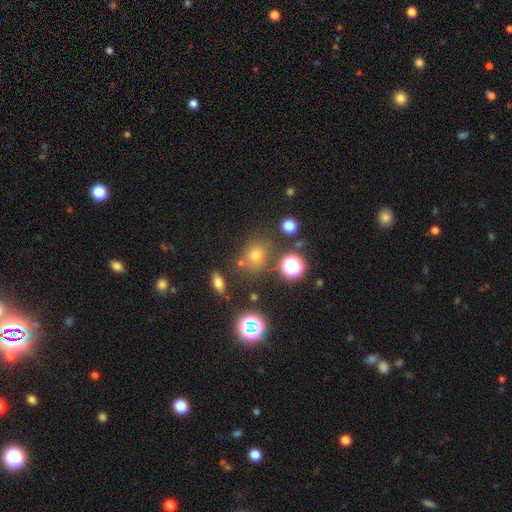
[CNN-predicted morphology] A smooth galaxy with no disk features (63%) that is round (69%). Merging: none (76%).